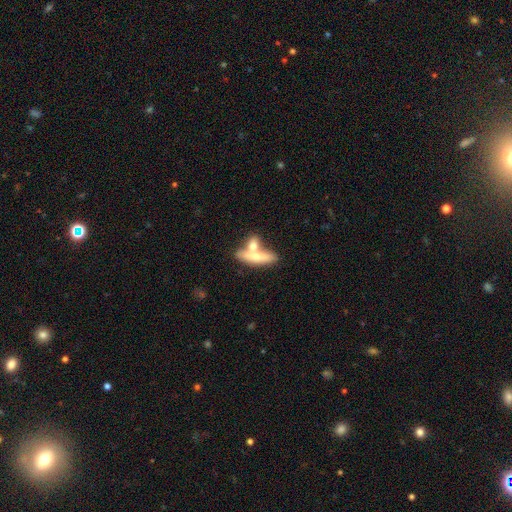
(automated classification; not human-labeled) This appears to be a smooth galaxy with no disk features (59%) that is cigar-shaped (52%). Merging: merger (47%).